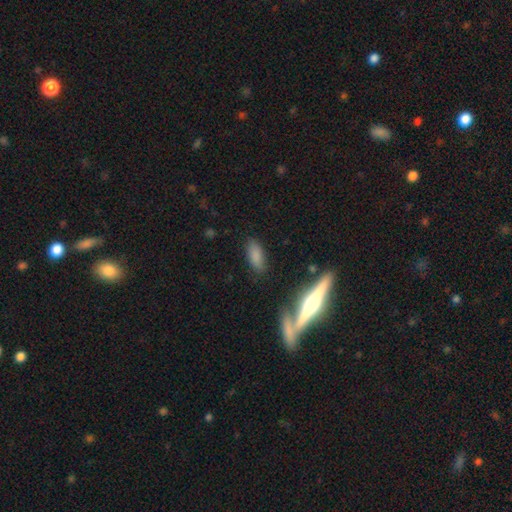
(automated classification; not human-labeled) This appears to be a smooth galaxy with no disk features (81%) that is in between round and cigar-shaped (79%). Merging: none (81%).